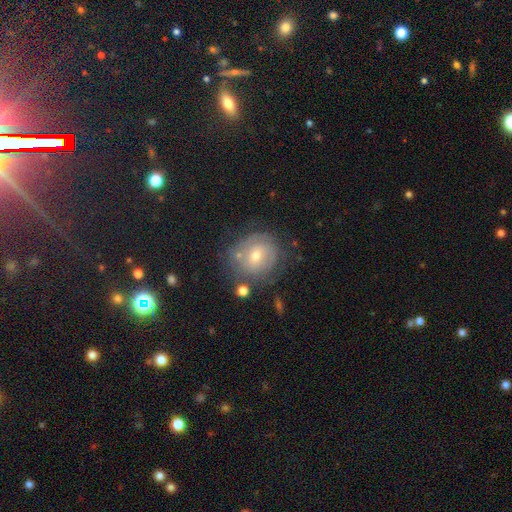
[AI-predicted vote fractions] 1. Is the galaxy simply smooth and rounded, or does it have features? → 52% featured or disk, 37% smooth, 10% star or artifact.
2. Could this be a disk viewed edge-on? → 96% no, 4% yes.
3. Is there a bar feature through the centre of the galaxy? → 59% no, 33% weak, 7% strong.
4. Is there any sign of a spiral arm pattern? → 63% yes, 37% no.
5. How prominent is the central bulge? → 50% moderate, 46% small, 2% large, 1% none, 1% dominant.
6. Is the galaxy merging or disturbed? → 63% none, 21% minor disturbance, 9% major disturbance, 7% merger.